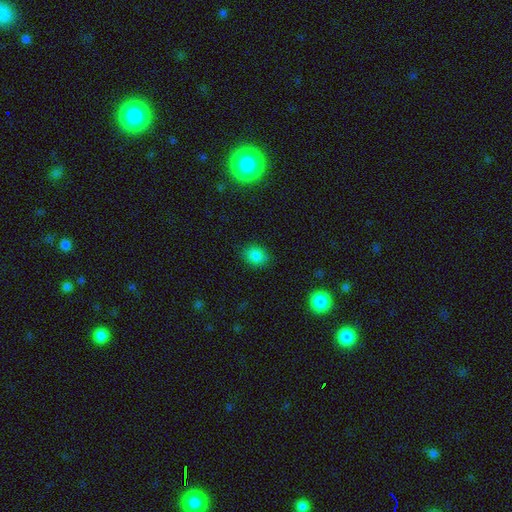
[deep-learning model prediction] Smooth or featured? Predicted: smooth (p=0.83). How rounded? Predicted: in between (p=0.54). Merging? Predicted: none (p=0.87).